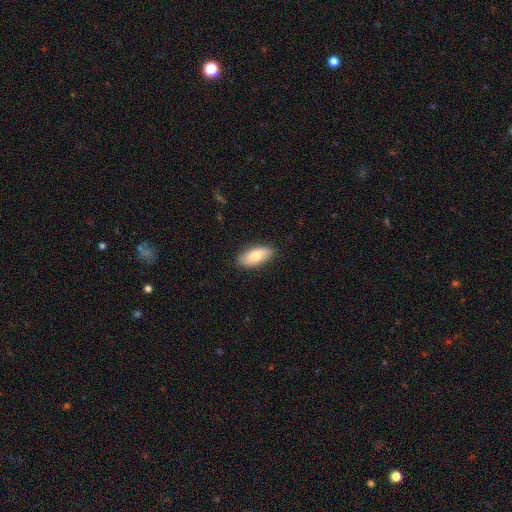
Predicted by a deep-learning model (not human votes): A smooth galaxy with no disk features (80%) that is in between round and cigar-shaped (85%).

Vote fractions:
- Smooth or featured? smooth: 80% / featured or disk: 14% / star or artifact: 6%
- How rounded? in between: 85% / cigar-shaped: 13% / round: 2%
- Merging? none: 88% / minor disturbance: 10% / major disturbance: 2% / merger: 1%